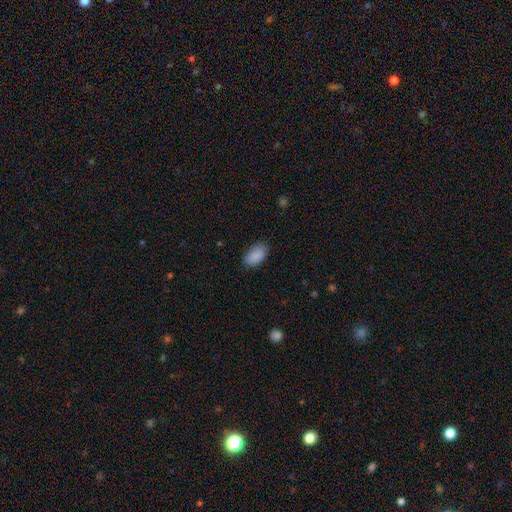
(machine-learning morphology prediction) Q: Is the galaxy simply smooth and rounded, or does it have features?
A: smooth — 89%.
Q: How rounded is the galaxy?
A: in between — 93%.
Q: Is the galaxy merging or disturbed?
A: none — 78%.